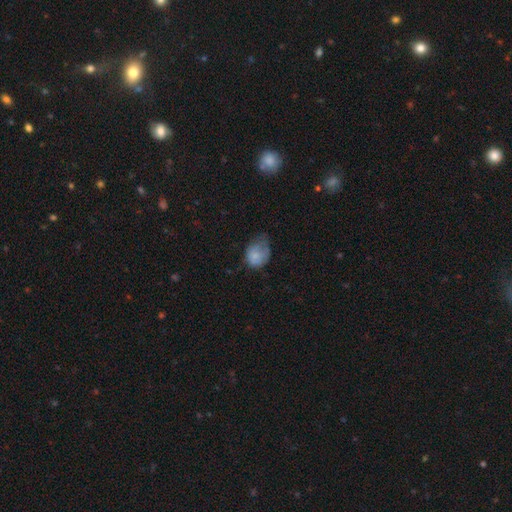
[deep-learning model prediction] This is likely a smooth galaxy (73%). How rounded: possibly in between (54%). Merging: marginally minor disturbance (39%).